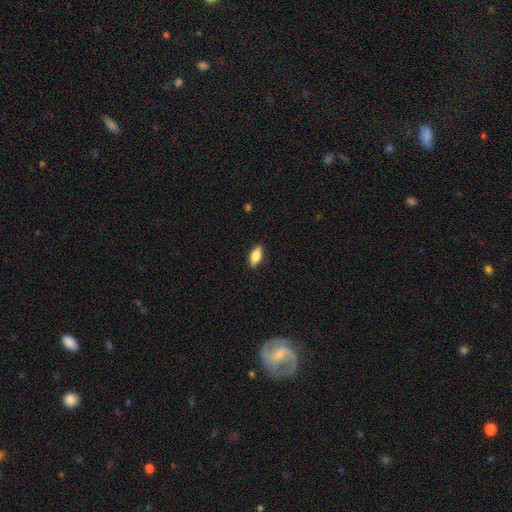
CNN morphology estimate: smooth_or_featured: smooth (p=0.81) [alt: featured or disk p=0.13]
how_rounded: in between (p=0.85) [alt: cigar-shaped p=0.12]
merging: none (p=0.88) [alt: minor disturbance p=0.09]